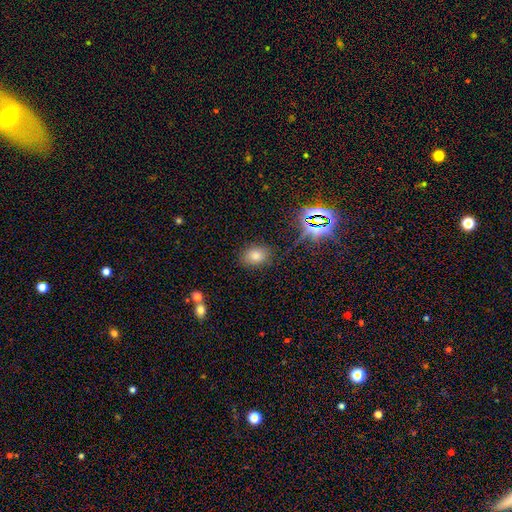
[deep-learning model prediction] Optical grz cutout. It shows a smooth galaxy with no disk features (65%) that is in between round and cigar-shaped (70%). Merging: none (83%).